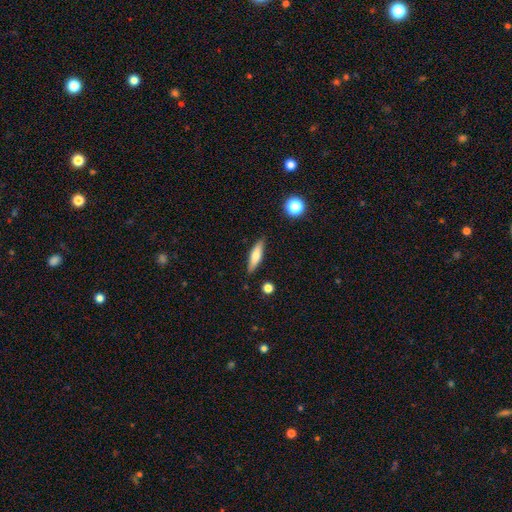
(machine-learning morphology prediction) Q: Smooth or featured?
A: smooth (66%); runner-up: featured or disk (27%)
Q: How rounded?
A: cigar-shaped (65%); runner-up: in between (32%)
Q: Merging?
A: none (85%); runner-up: minor disturbance (10%)